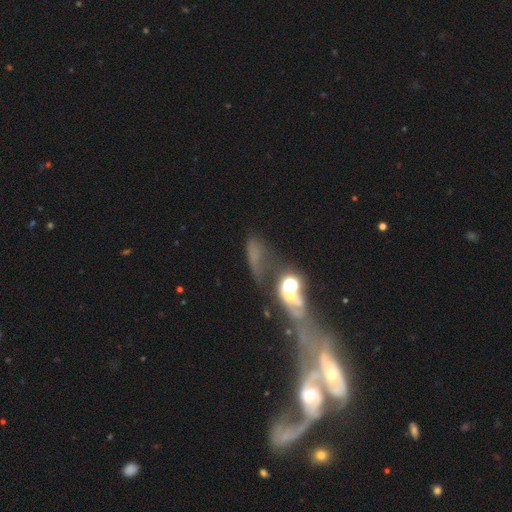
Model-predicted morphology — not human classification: Smooth or featured?
  - star or artifact: 39% *
  - smooth: 31%
  - featured or disk: 29%